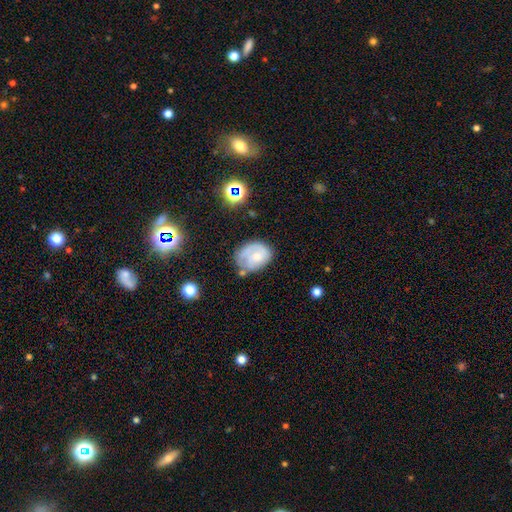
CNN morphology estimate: Smooth or featured? featured or disk (48%)
Merging? none (48%)